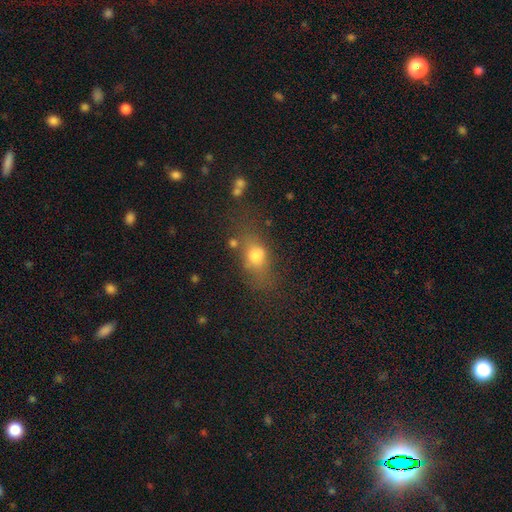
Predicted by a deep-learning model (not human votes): Smooth or featured? smooth (66%)
How rounded? in between (63%)
Merging? none (56%)